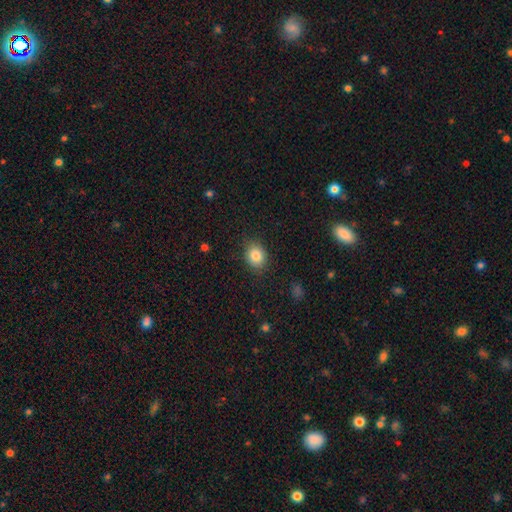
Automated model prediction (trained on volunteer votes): Smooth or featured? Predicted: smooth (p=0.84). How rounded? Predicted: round (p=0.56). Merging? Predicted: none (p=0.85).